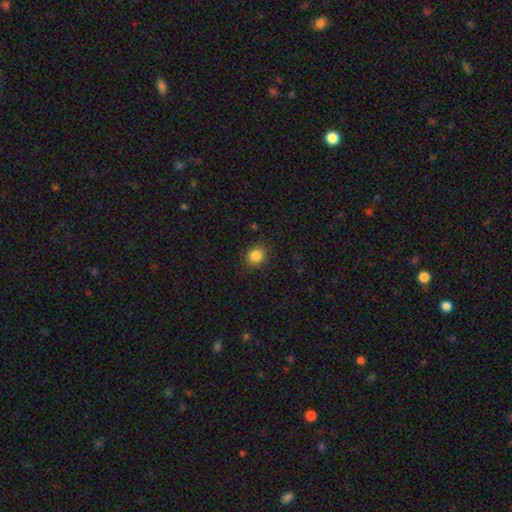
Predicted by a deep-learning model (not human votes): Smooth or featured? Predicted: smooth (p=0.86). How rounded? Predicted: round (p=0.68). Merging? Predicted: none (p=0.85).